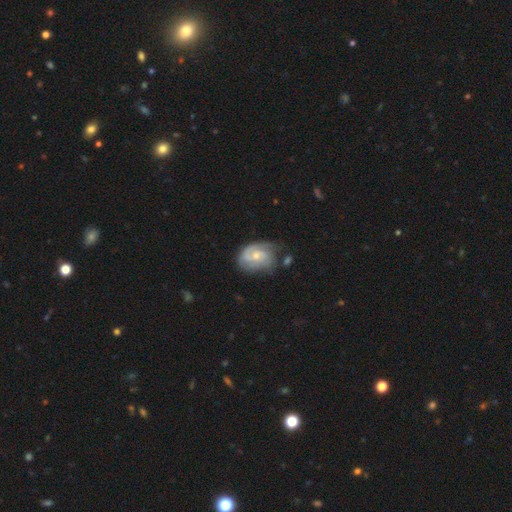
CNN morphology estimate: This appears to be a featured or disk galaxy (74%) with no bar (57%), 2 (50%) tight (43%) spiral arms (91%) and a small central bulge (49%). Merging: none (52%).